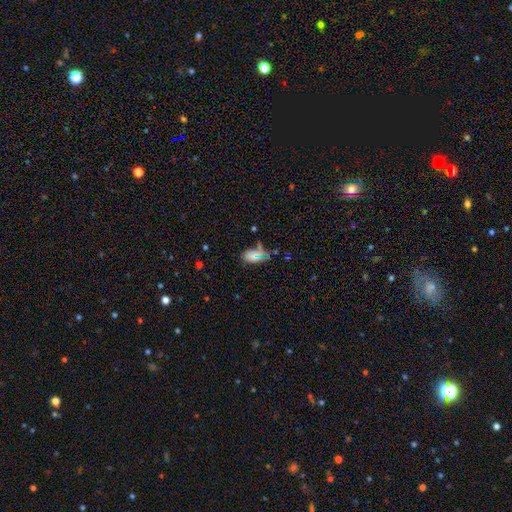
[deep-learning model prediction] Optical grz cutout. It shows a smooth galaxy with no disk features (66%) that is in between round and cigar-shaped (87%). Merging: none (65%).